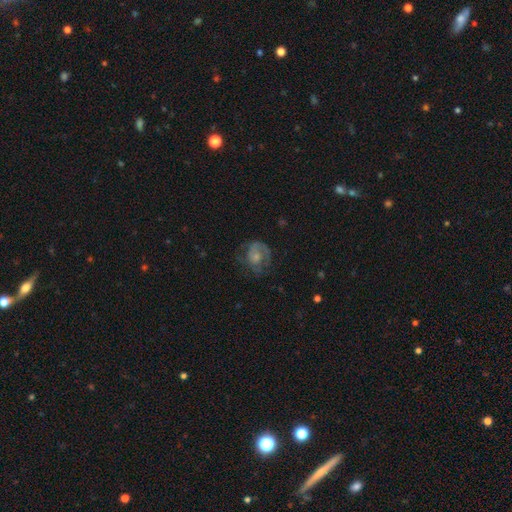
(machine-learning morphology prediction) smooth-or-featured: featured or disk: 54% | smooth: 37% | star or artifact: 9%
  disk-edge-on: no: 97% | yes: 3%
    bar: no: 76% | weak: 21% | strong: 3%
    has-spiral-arms: yes: 71% | no: 29%
    bulge-size: small: 46% | moderate: 35% | none: 12% | large: 5% | dominant: 1%
  merging: none: 49% | major disturbance: 25% | minor disturbance: 24% | merger: 2%